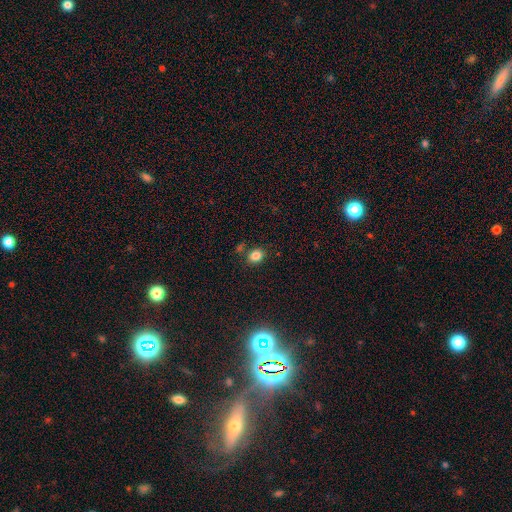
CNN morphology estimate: Smooth or featured: smooth — 82% (star or artifact — 12%)
How rounded: in between — 50% (round — 48%)
Merging: none — 77% (minor disturbance — 12%)